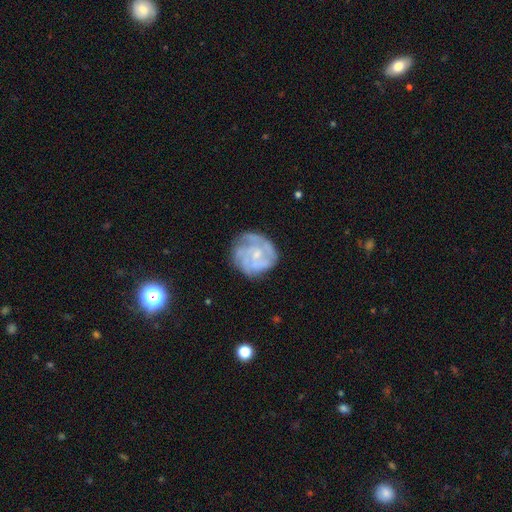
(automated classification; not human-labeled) Smooth or featured? Predicted: featured or disk (p=0.74). Edge-on disk? Predicted: no (p=0.98). Bar? Predicted: no (p=0.72). Spiral arms? Predicted: yes (p=0.81). Spiral winding? Predicted: tight (p=0.59). Spiral arm count? Predicted: can't tell (p=0.42). Bulge size? Predicted: small (p=0.58). Merging? Predicted: none (p=0.67).